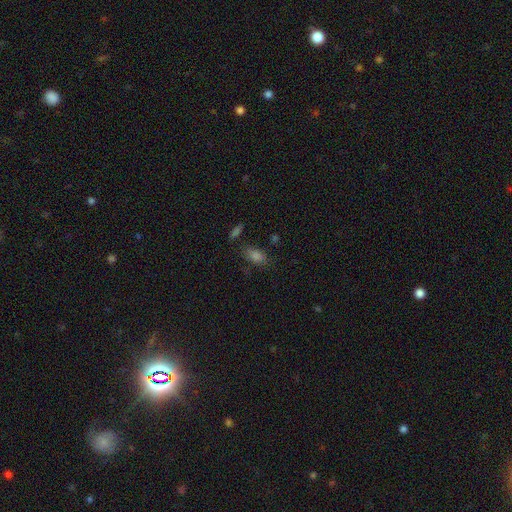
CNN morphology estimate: A smooth galaxy with no disk features (76%) that is in between round and cigar-shaped (85%). Merging: none (74%).